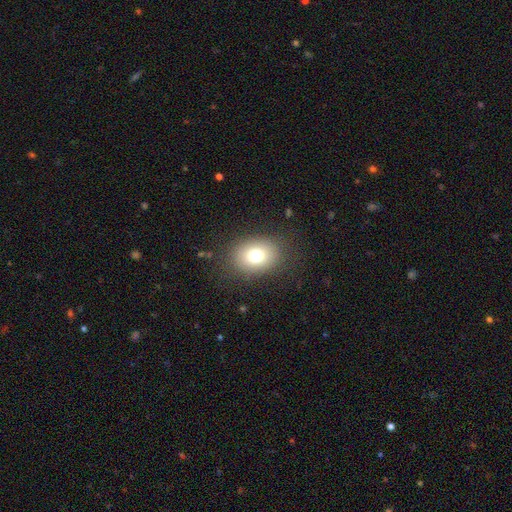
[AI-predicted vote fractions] smooth_or_featured: smooth (p=0.75) [alt: star or artifact p=0.13]
how_rounded: in between (p=0.56) [alt: round p=0.43]
merging: none (p=0.85) [alt: minor disturbance p=0.09]